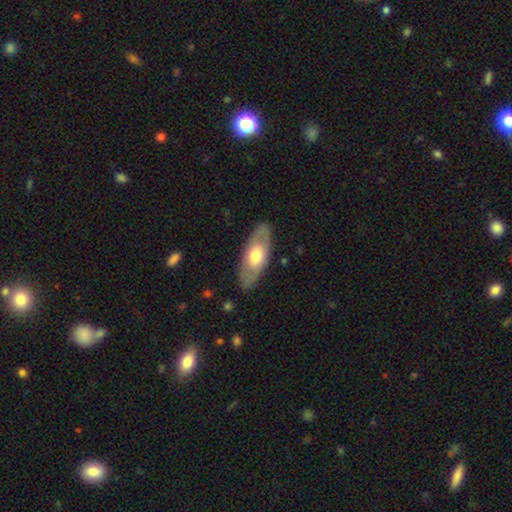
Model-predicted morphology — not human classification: Overall: smooth (52%; featured or disk 43%). How rounded: in between (81%). Merging: none (85%).